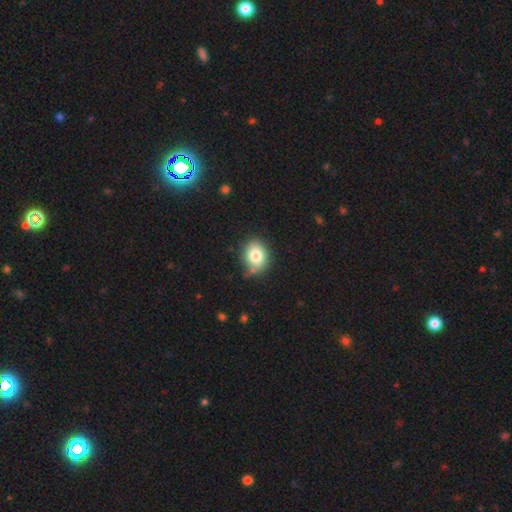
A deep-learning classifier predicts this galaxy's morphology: Smooth or featured?
  - smooth: 81% *
  - featured or disk: 10%
  - star or artifact: 9%
How rounded?
  - in between: 51% *
  - round: 48%
  - cigar-shaped: 1%
Merging?
  - none: 76% *
  - minor disturbance: 16%
  - merger: 4%
  - major disturbance: 4%